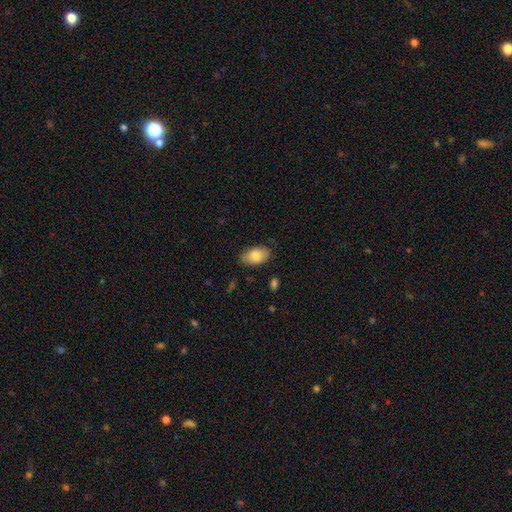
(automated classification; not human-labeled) A smooth galaxy with no disk features (85%) that is in between round and cigar-shaped (93%). Merging: none (81%).